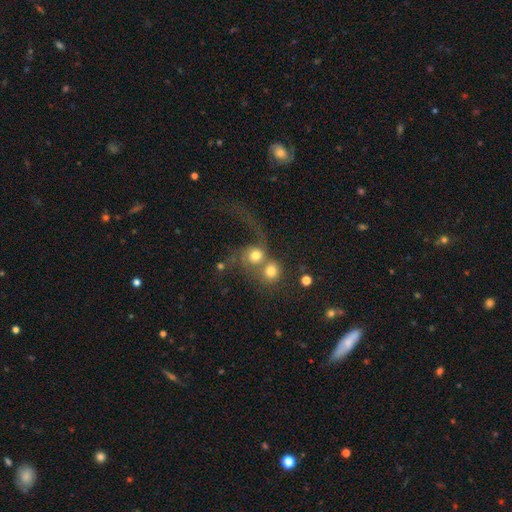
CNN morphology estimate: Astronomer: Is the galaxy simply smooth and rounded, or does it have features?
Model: smooth — 62%.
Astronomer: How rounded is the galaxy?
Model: round — 81%.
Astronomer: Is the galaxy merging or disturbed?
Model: merger — 63%.